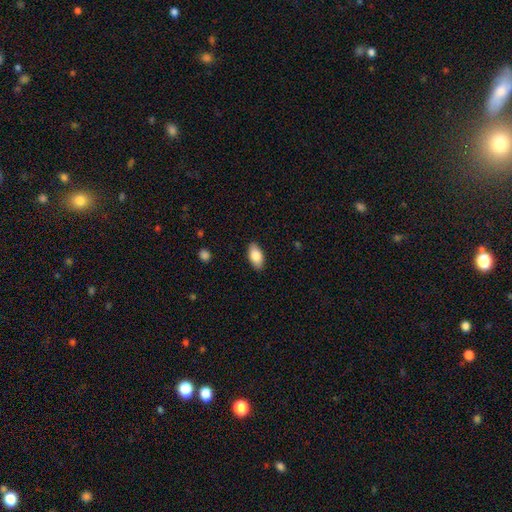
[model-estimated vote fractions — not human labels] The model was most divided on "smooth or featured": smooth: 85%, featured or disk: 9%, star or artifact: 7%. More confident: how rounded — in between (93%); merging — none (88%).